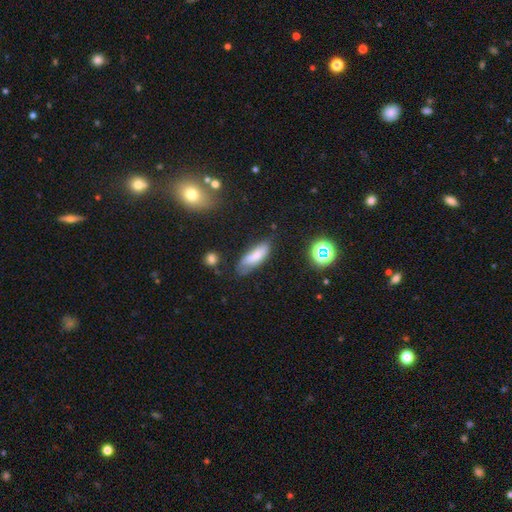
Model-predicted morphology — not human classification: Smooth or featured? smooth (70%)
How rounded? in between (65%)
Merging? none (55%)